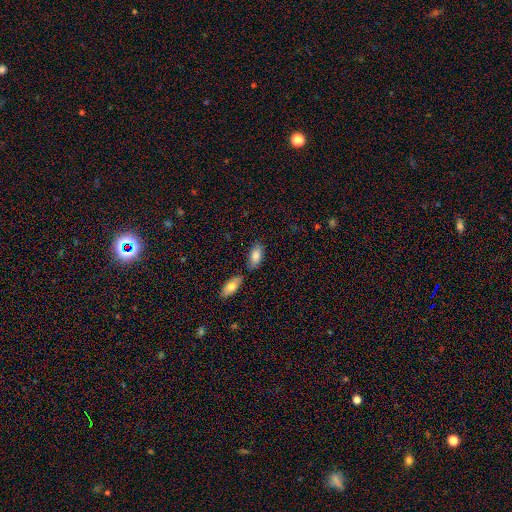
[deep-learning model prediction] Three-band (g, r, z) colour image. It shows a smooth galaxy with no disk features (84%) that is in between round and cigar-shaped (91%). Merging: none (64%).